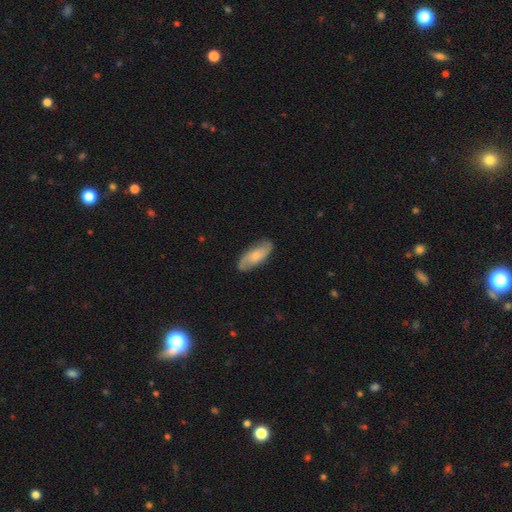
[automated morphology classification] Q: Smooth or featured?
A: smooth (50%); runner-up: featured or disk (44%)
Q: Merging?
A: none (83%); runner-up: minor disturbance (13%)